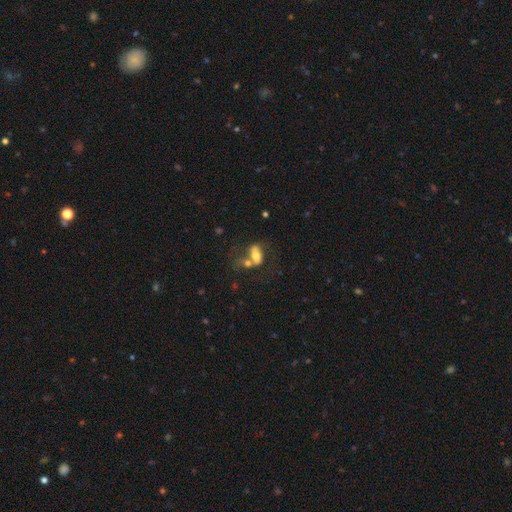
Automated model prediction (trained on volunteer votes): Smooth or featured: smooth — 57% (featured or disk — 33%)
How rounded: in between — 82% (cigar-shaped — 9%)
Merging: merger — 46% (none — 28%)